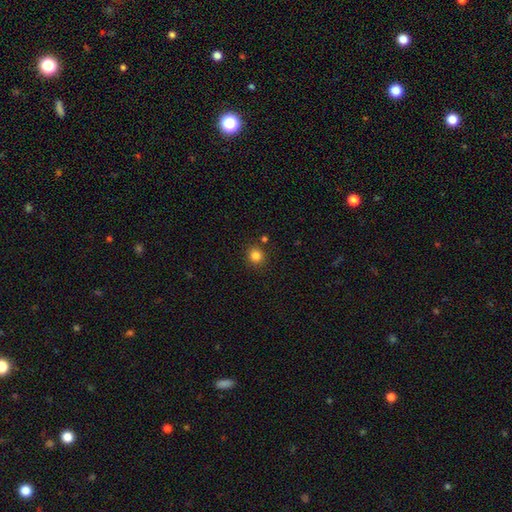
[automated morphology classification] The model was most divided on "smooth or featured": smooth: 83%, star or artifact: 12%, featured or disk: 4%. More confident: how rounded — round (87%); merging — none (85%).